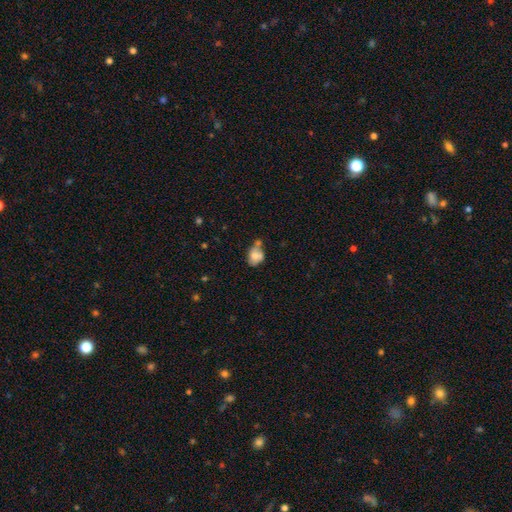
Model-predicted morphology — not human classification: This appears to be a smooth galaxy with no disk features (68%) that is in between round and cigar-shaped (68%). Merging: none (34%).